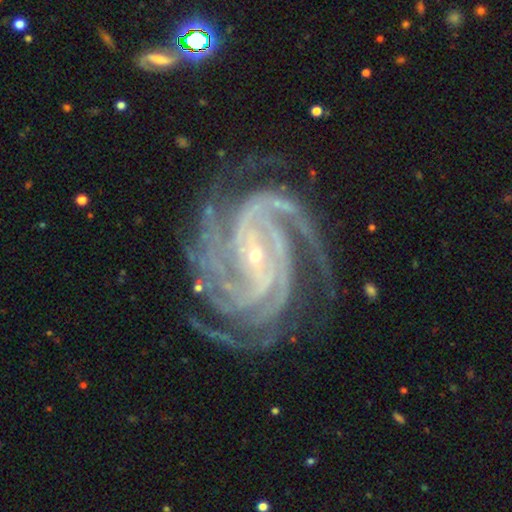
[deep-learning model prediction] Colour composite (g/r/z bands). It shows a featured or disk galaxy (94%) with a strong bar (41%), 4 (28%) tight (60%) spiral arms (99%) and a small central bulge (82%). Merging: none (74%).